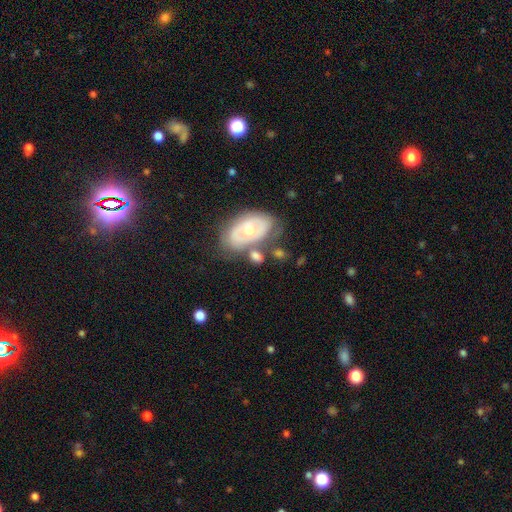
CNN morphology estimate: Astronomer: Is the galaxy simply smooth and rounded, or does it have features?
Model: featured or disk — 50% (runner-up: smooth, 43%).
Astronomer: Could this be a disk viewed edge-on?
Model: no — 91%.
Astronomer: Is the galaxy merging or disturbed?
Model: none — 54%.